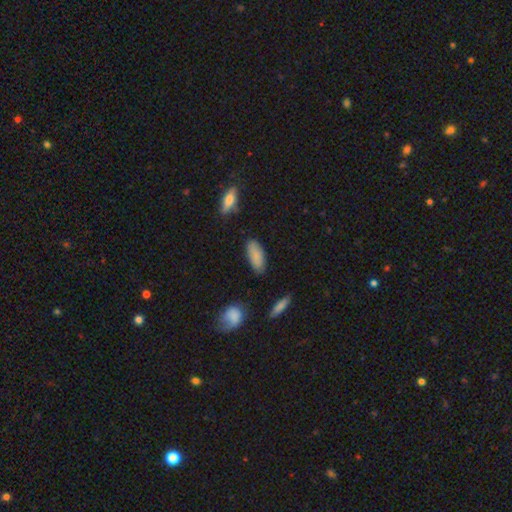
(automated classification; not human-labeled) smooth-or-featured: smooth: 82% | featured or disk: 11% | star or artifact: 7%
  how-rounded: in between: 81% | cigar-shaped: 17% | round: 2%
  merging: none: 81% | minor disturbance: 14% | major disturbance: 3% | merger: 2%